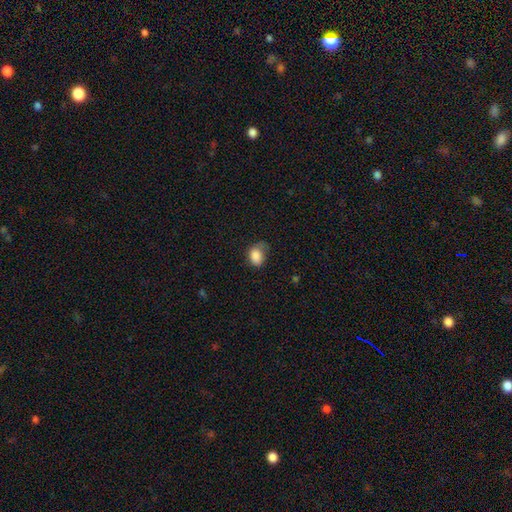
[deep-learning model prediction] Smooth or featured? smooth (84%)
How rounded? in between (65%)
Merging? none (42%)